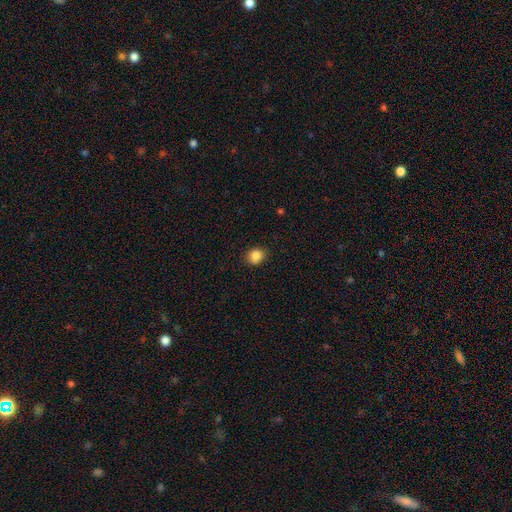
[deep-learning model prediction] Smooth or featured? Predicted: smooth (p=0.86). How rounded? Predicted: round (p=0.65). Merging? Predicted: none (p=0.83).